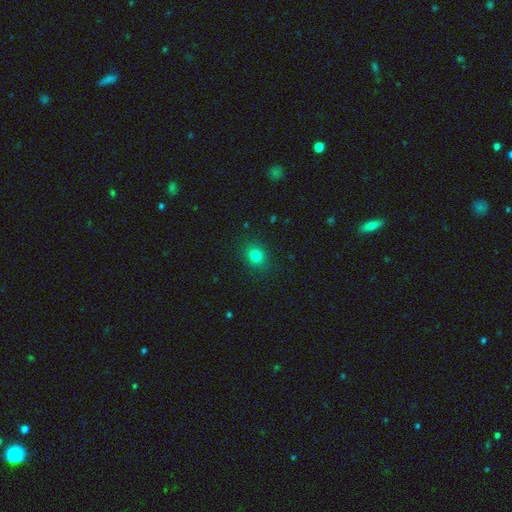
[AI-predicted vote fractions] Smooth or featured? Predicted: smooth (p=0.80). How rounded? Predicted: round (p=0.69). Merging? Predicted: none (p=0.88).